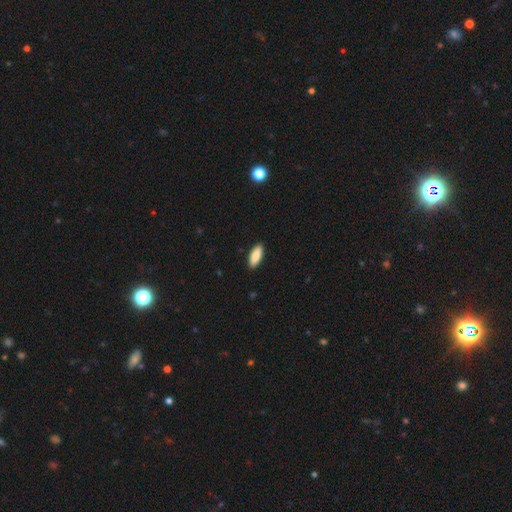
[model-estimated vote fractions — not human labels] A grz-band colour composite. It shows a smooth galaxy with no disk features (86%) that is in between round and cigar-shaped (74%). Merging: none (90%).